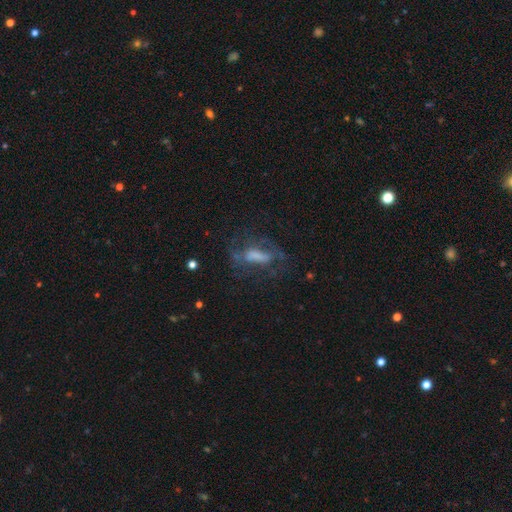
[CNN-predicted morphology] This is possibly a featured or disk galaxy (56%). It is clearly not viewed edge-on (82%). Merging: possibly none (56%).